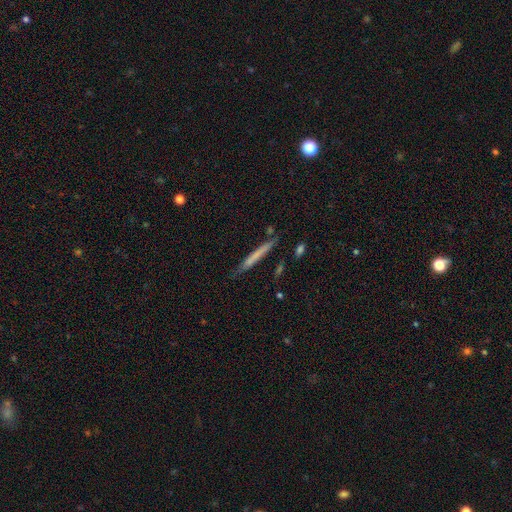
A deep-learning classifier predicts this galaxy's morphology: This appears to be a smooth galaxy with no disk features (60%) that is cigar-shaped (96%). Merging: none (80%).